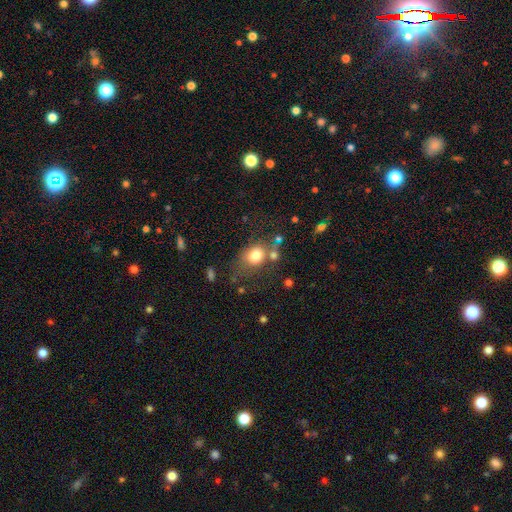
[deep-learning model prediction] Morphology: type=smooth (79%); roundness=round (50%); merging=none (52%).